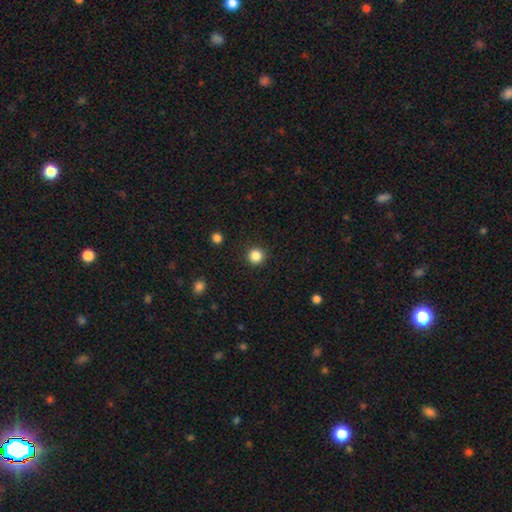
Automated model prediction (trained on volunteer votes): This is clearly a smooth galaxy (85%). How rounded: clearly round (95%). Merging: clearly none (92%).